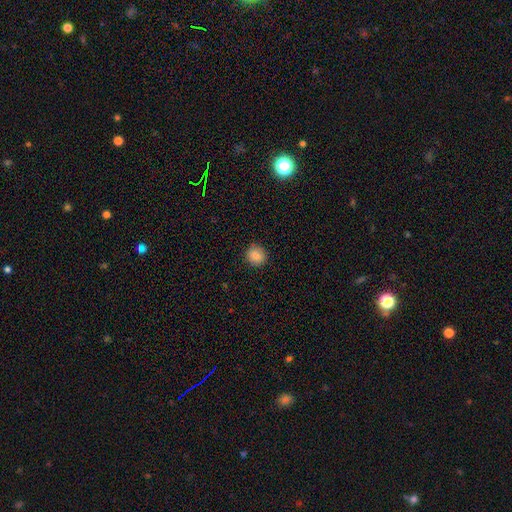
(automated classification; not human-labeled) Smooth or featured? Predicted: smooth (p=0.86). How rounded? Predicted: round (p=0.82). Merging? Predicted: none (p=0.88).